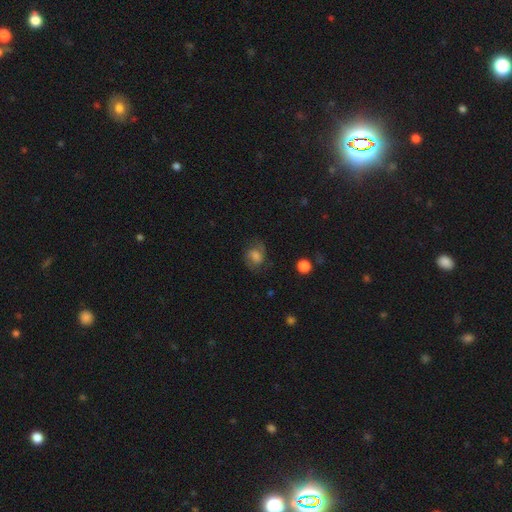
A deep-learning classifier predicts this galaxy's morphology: type=smooth (49%); merging=none (65%).